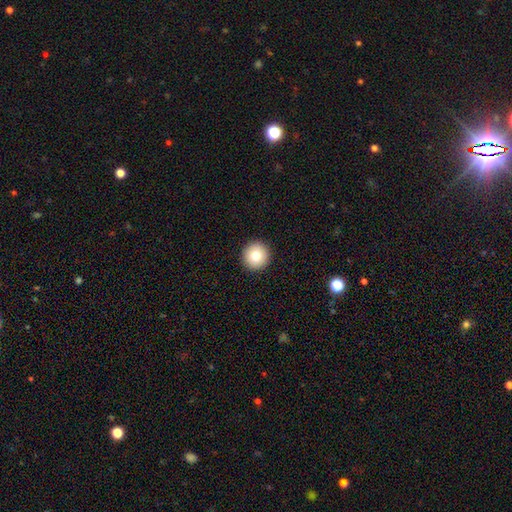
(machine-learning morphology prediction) A smooth galaxy with no disk features (80%) that is round (96%). Merging: none (93%).